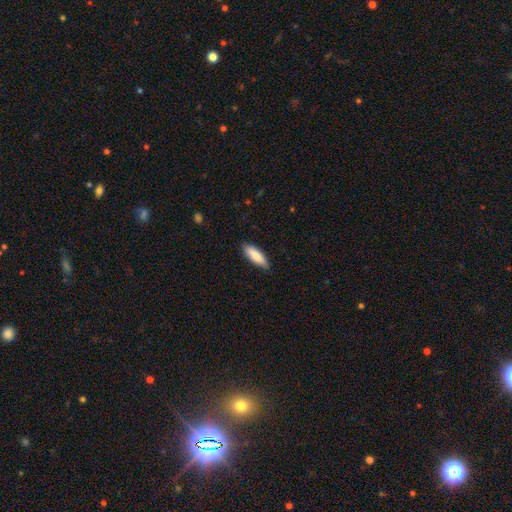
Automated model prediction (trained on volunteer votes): Smooth or featured?
  - smooth: 83% *
  - featured or disk: 12%
  - star or artifact: 5%
How rounded?
  - in between: 57% *
  - cigar-shaped: 41%
  - round: 2%
Merging?
  - none: 86% *
  - minor disturbance: 11%
  - major disturbance: 2%
  - merger: 1%